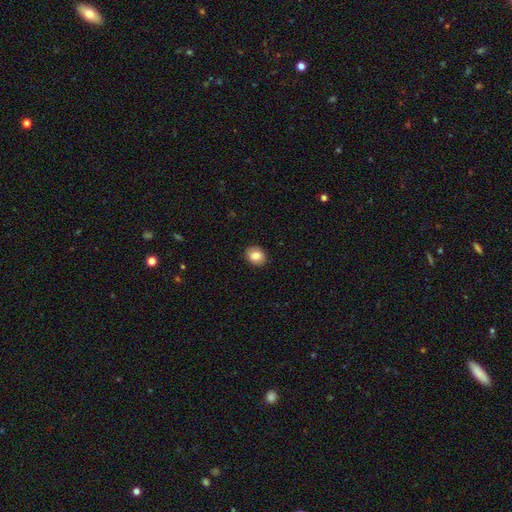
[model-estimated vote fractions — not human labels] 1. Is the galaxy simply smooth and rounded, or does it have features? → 85% smooth, 8% star or artifact, 6% featured or disk.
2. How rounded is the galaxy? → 52% round, 47% in between, 1% cigar-shaped.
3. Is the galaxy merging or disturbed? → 90% none, 7% minor disturbance, 2% major disturbance, 1% merger.